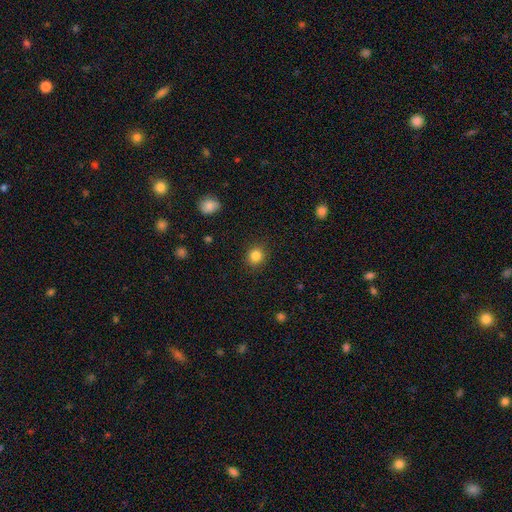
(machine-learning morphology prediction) A smooth galaxy with no disk features (85%) that is round (84%).

Vote fractions:
- Smooth or featured? smooth: 85% / star or artifact: 11% / featured or disk: 5%
- How rounded? round: 84% / in between: 15% / cigar-shaped: 1%
- Merging? none: 89% / minor disturbance: 7% / major disturbance: 2% / merger: 1%